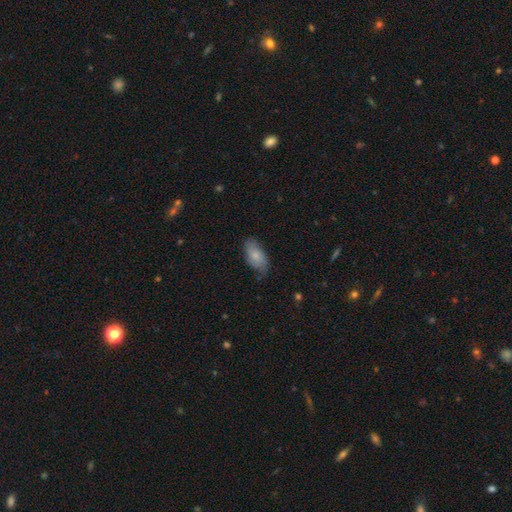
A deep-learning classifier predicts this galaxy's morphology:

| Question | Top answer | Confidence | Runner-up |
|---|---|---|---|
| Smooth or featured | smooth | 73% | featured or disk (21%) |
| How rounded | in between | 92% | cigar-shaped (5%) |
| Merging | none | 63% | minor disturbance (28%) |